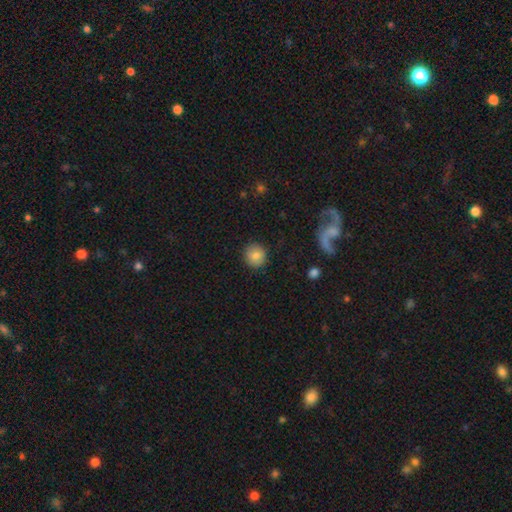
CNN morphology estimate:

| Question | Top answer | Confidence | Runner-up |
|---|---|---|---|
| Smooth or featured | smooth | 83% | star or artifact (9%) |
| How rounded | round | 89% | in between (10%) |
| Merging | none | 90% | minor disturbance (7%) |